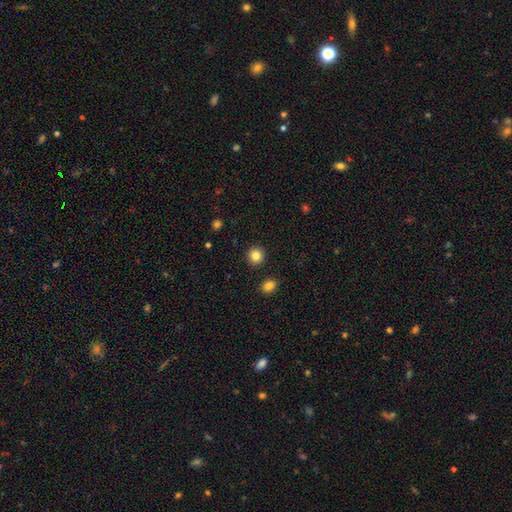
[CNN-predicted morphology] Smooth or featured?
  - smooth: 84% *
  - star or artifact: 10%
  - featured or disk: 5%
How rounded?
  - round: 91% *
  - in between: 8%
  - cigar-shaped: 1%
Merging?
  - none: 91% *
  - minor disturbance: 5%
  - merger: 2%
  - major disturbance: 2%